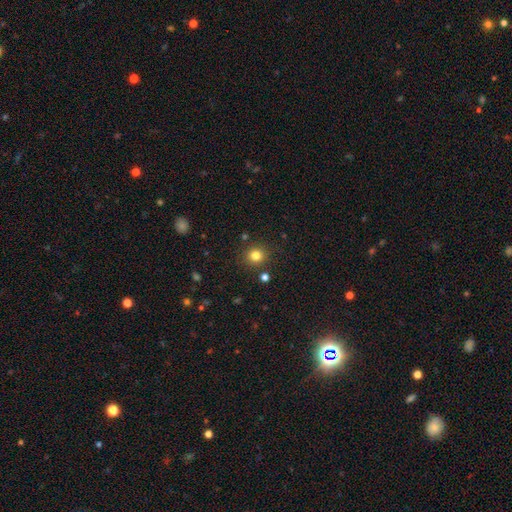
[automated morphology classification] Smooth or featured?
  - smooth: 81% *
  - star or artifact: 14%
  - featured or disk: 6%
How rounded?
  - round: 88% *
  - in between: 11%
  - cigar-shaped: 1%
Merging?
  - none: 87% *
  - minor disturbance: 7%
  - merger: 3%
  - major disturbance: 3%